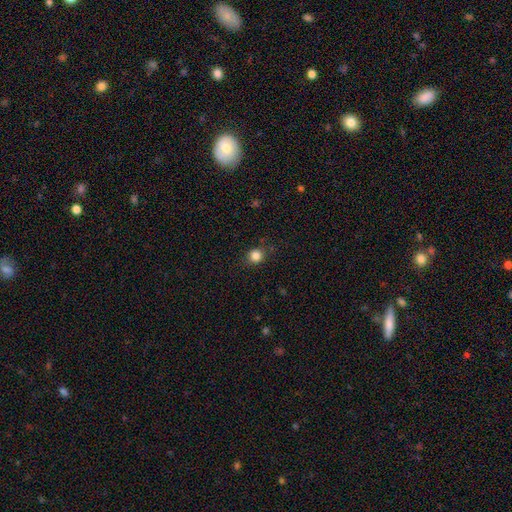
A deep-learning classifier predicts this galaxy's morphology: type=smooth (84%); roundness=round (84%); merging=none (83%).